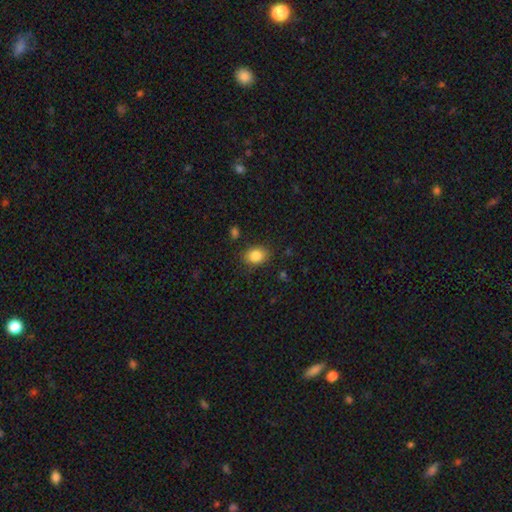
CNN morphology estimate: smooth_or_featured: smooth (p=0.85) [alt: star or artifact p=0.09]
how_rounded: in between (p=0.60) [alt: round p=0.39]
merging: none (p=0.84) [alt: minor disturbance p=0.11]